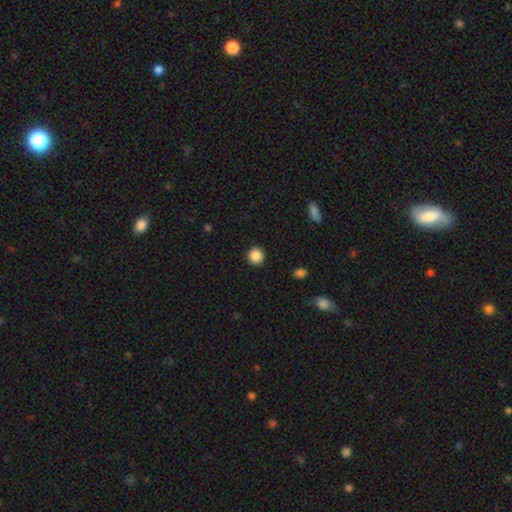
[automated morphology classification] type=smooth (87%); roundness=round (95%); merging=none (93%).